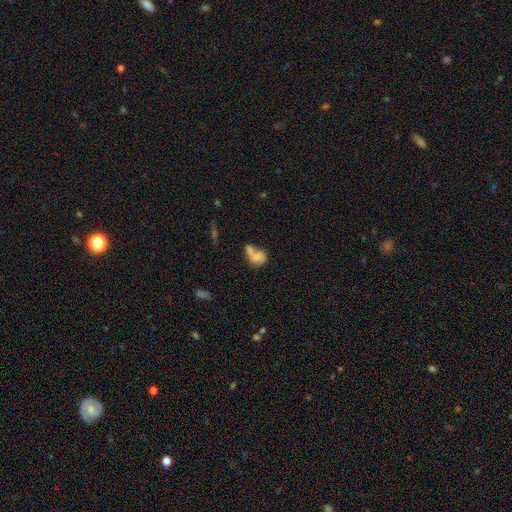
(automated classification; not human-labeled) A smooth galaxy with no disk features (69%) that is in between round and cigar-shaped (62%).

Vote fractions:
- Smooth or featured? smooth: 69% / featured or disk: 21% / star or artifact: 10%
- How rounded? in between: 62% / round: 35% / cigar-shaped: 3%
- Merging? merger: 55% / none: 24% / minor disturbance: 12% / major disturbance: 10%